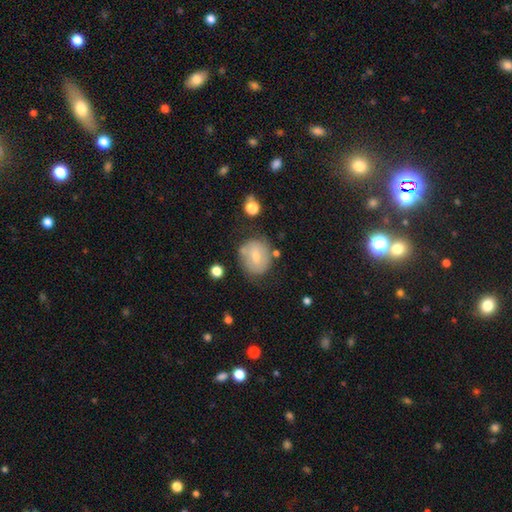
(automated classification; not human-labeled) A smooth galaxy with no disk features (57%) that is round (72%). Merging: none (65%).